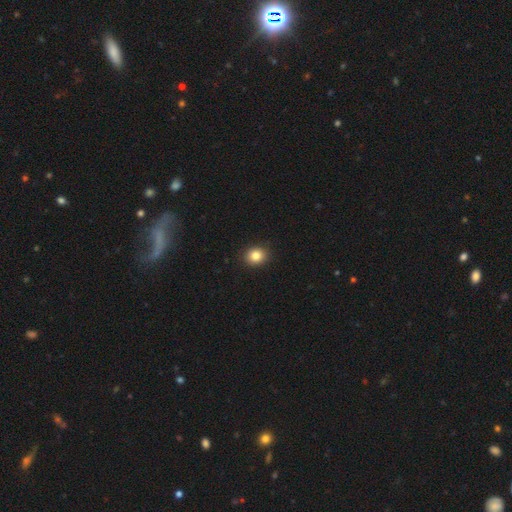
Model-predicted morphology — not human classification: Q: Smooth or featured?
A: smooth (84%); runner-up: star or artifact (10%)
Q: How rounded?
A: round (64%); runner-up: in between (35%)
Q: Merging?
A: none (91%); runner-up: minor disturbance (6%)